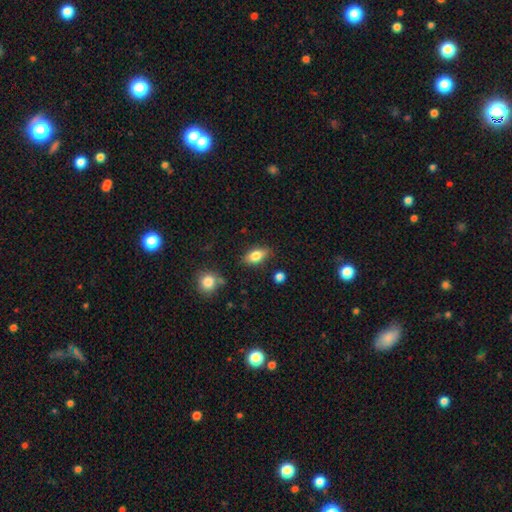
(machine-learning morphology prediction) A smooth galaxy with no disk features (78%) that is in between round and cigar-shaped (86%).

Vote fractions:
- Smooth or featured? smooth: 78% / featured or disk: 14% / star or artifact: 8%
- How rounded? in between: 86% / cigar-shaped: 8% / round: 7%
- Merging? none: 81% / minor disturbance: 13% / major disturbance: 3% / merger: 3%